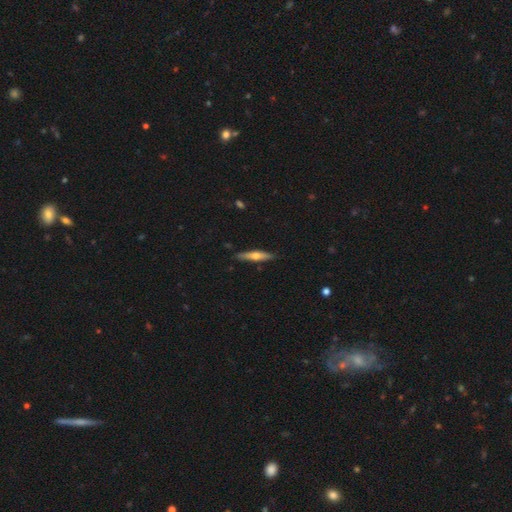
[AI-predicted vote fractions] Overall: featured or disk (48%; smooth 46%). Merging: none (86%).